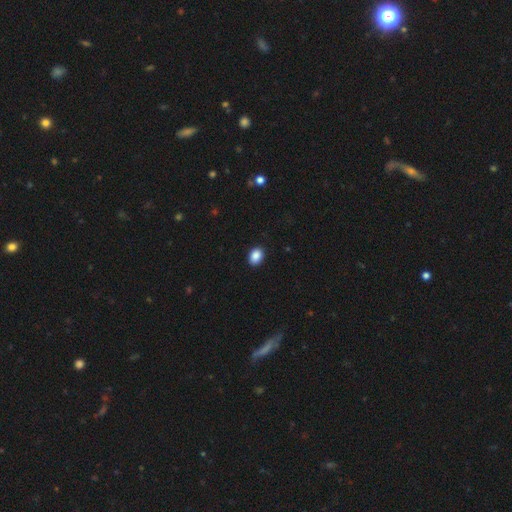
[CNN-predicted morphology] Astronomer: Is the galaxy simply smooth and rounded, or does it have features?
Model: smooth — 89%.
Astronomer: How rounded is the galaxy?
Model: in between — 71%.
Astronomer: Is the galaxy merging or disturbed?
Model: none — 90%.